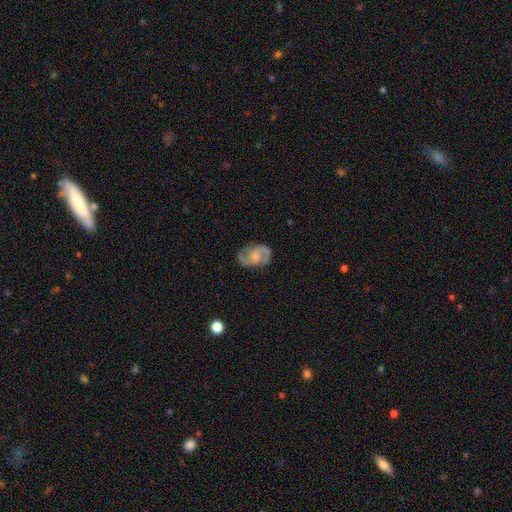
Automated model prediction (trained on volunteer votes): Smooth or featured?
  - featured or disk: 82% *
  - smooth: 13%
  - star or artifact: 6%
Edge-on disk?
  - no: 98% *
  - yes: 2%
Bar?
  - no: 52% *
  - weak: 41%
  - strong: 7%
Spiral arms?
  - yes: 96% *
  - no: 4%
Spiral winding?
  - medium: 54% *
  - loose: 26%
  - tight: 19%
Spiral arm count?
  - 2: 89% *
  - can't tell: 4%
  - 3: 3%
  - 1: 2%
  - 4: 1%
  - more than 4: 1%
Bulge size?
  - moderate: 41% *
  - small: 33%
  - none: 18%
  - large: 7%
  - dominant: 1%
Merging?
  - none: 77% *
  - minor disturbance: 16%
  - major disturbance: 6%
  - merger: 1%